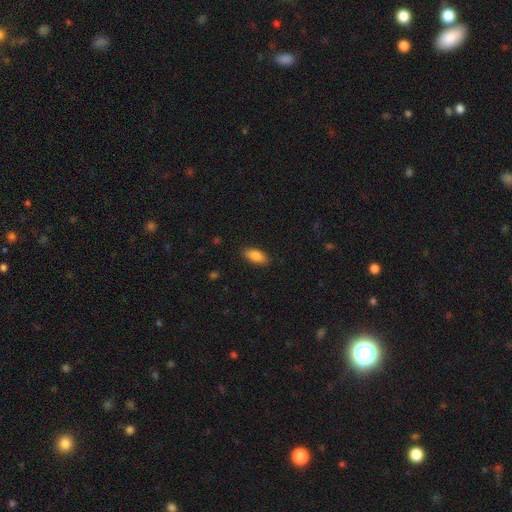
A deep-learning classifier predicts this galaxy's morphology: smooth_or_featured: smooth (p=0.85) [alt: featured or disk p=0.08]
how_rounded: in between (p=0.85) [alt: cigar-shaped p=0.13]
merging: none (p=0.87) [alt: minor disturbance p=0.10]